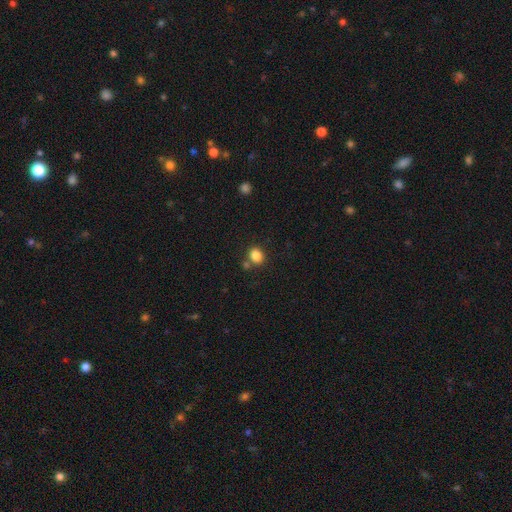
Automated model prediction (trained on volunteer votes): A smooth galaxy with no disk features (84%) that is round (53%). Merging: none (70%).